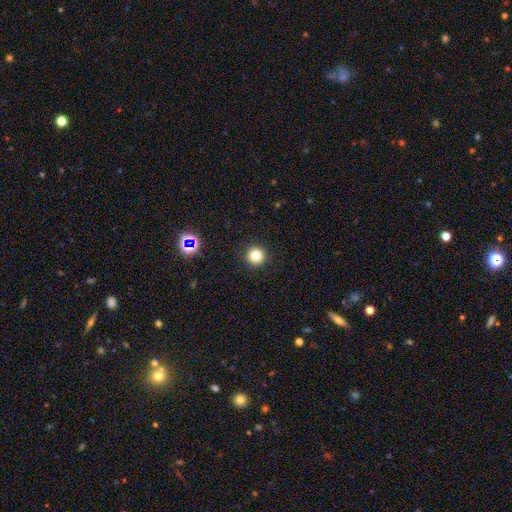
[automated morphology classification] smooth 79%, star or artifact 14%, featured or disk 6%. Down the decision tree: how rounded — round (96%); merging — none (92%).